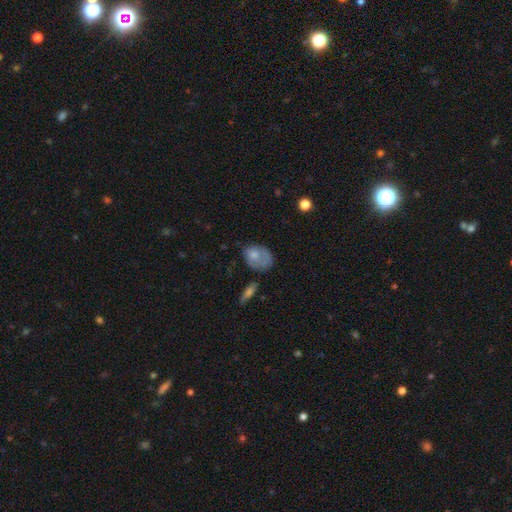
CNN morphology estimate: This is likely a smooth galaxy (69%). How rounded: likely in between (70%). Merging: marginally none (39%).